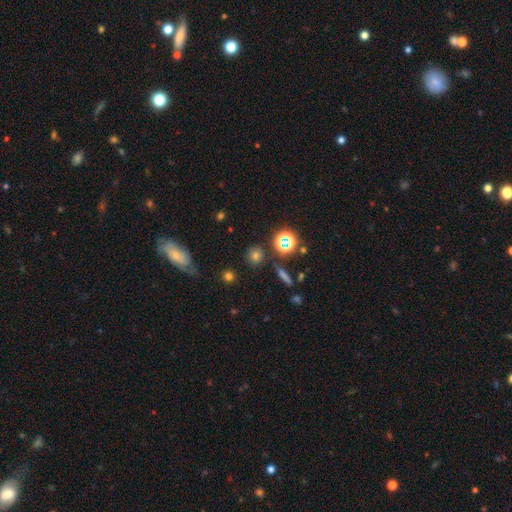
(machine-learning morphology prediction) Smooth or featured?
  - smooth: 67% *
  - star or artifact: 24%
  - featured or disk: 10%
How rounded?
  - round: 86% *
  - in between: 12%
  - cigar-shaped: 2%
Merging?
  - none: 84% *
  - minor disturbance: 9%
  - merger: 4%
  - major disturbance: 3%